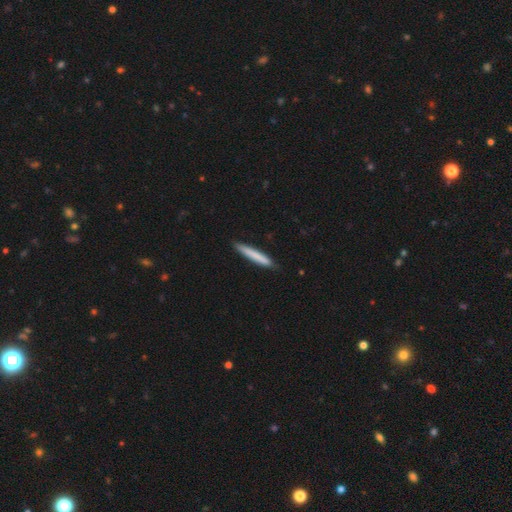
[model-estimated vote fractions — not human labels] This is likely a smooth galaxy (78%). How rounded: clearly cigar-shaped (95%). Merging: clearly none (88%).